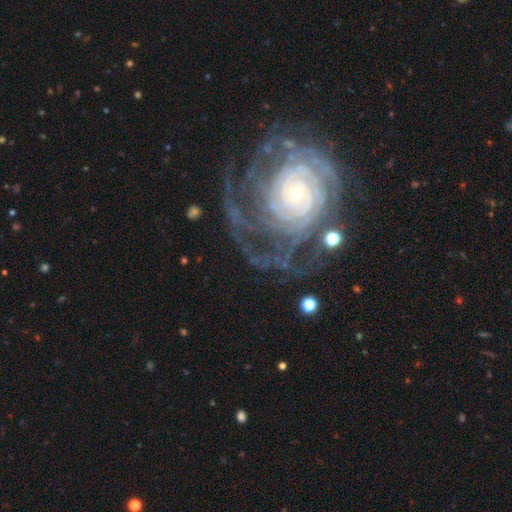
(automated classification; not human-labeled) smooth_or_featured: featured or disk (p=0.82) [alt: star or artifact p=0.09]
disk_edge_on: no (p=0.97) [alt: yes p=0.03]
bar: no (p=0.77) [alt: weak p=0.16]
has_spiral_arms: yes (p=0.91) [alt: no p=0.09]
spiral_winding: tight (p=0.71) [alt: medium p=0.21]
spiral_arm_count: can't tell (p=0.38) [alt: 2 p=0.16]
bulge_size: small (p=0.72) [alt: moderate p=0.21]
merging: none (p=0.63) [alt: major disturbance p=0.17]